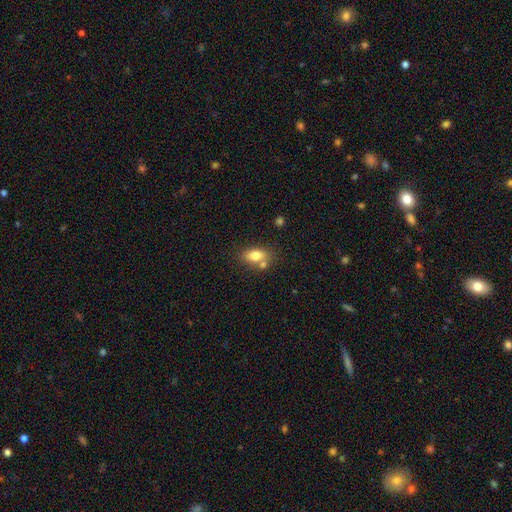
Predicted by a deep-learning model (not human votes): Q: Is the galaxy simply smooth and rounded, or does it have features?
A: smooth — 77%.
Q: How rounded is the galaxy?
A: in between — 83%.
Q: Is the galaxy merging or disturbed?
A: none — 59%.